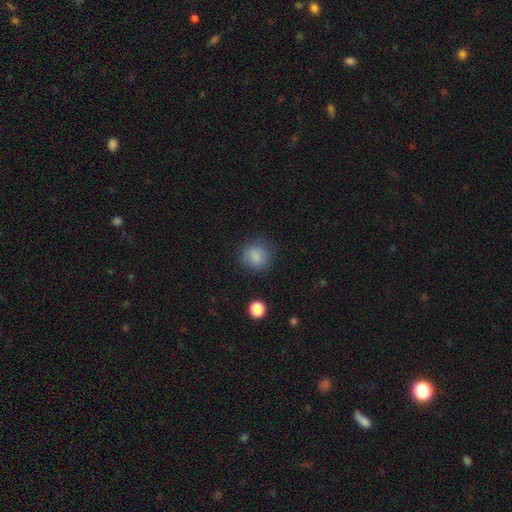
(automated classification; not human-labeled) Smooth or featured: smooth — 83% (star or artifact — 10%)
How rounded: round — 83% (in between — 16%)
Merging: none — 79% (minor disturbance — 15%)